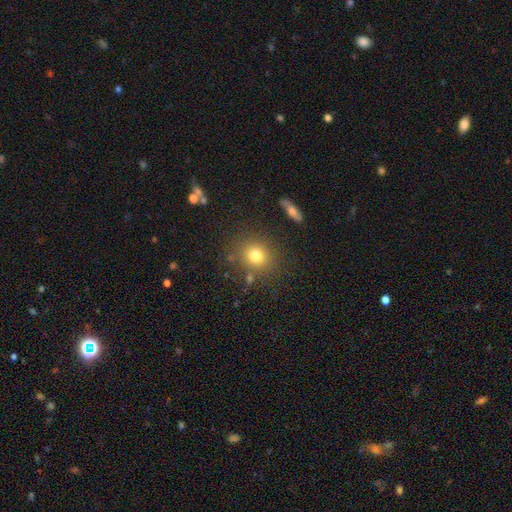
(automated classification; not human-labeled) This is likely a smooth galaxy (77%). How rounded: likely round (77%). Merging: clearly none (81%).